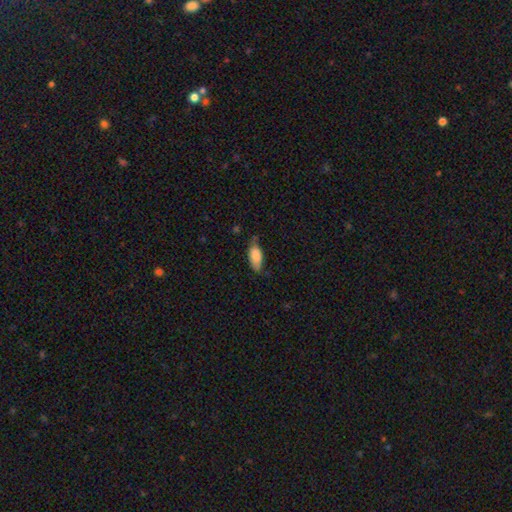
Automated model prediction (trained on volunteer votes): Smooth or featured? Predicted: smooth (p=0.84). How rounded? Predicted: in between (p=0.84). Merging? Predicted: none (p=0.59).